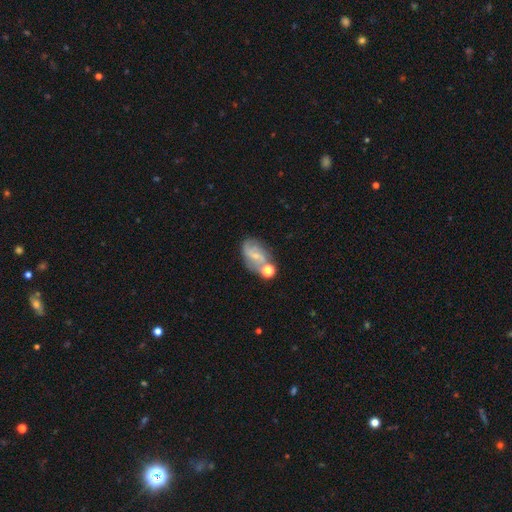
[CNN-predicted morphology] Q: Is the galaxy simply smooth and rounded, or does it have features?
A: featured or disk — 62%.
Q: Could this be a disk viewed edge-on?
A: no — 96%.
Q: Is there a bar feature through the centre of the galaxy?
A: weak — 46%.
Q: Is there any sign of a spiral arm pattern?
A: yes — 83%.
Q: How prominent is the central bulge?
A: small — 70%.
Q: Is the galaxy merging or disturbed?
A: none — 49%.